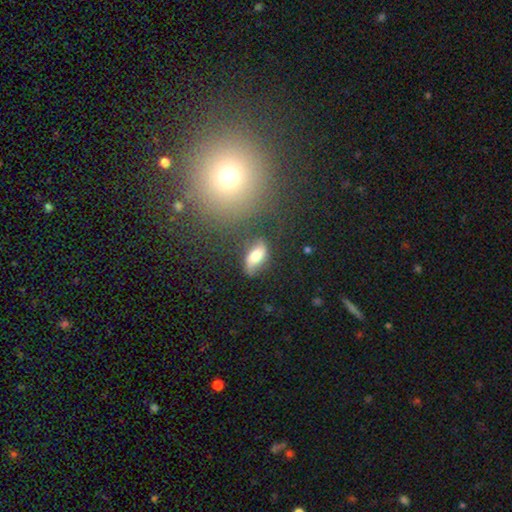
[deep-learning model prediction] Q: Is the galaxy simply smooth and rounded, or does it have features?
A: smooth — 61%.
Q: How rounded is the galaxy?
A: in between — 87%.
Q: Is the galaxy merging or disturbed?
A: none — 61%.